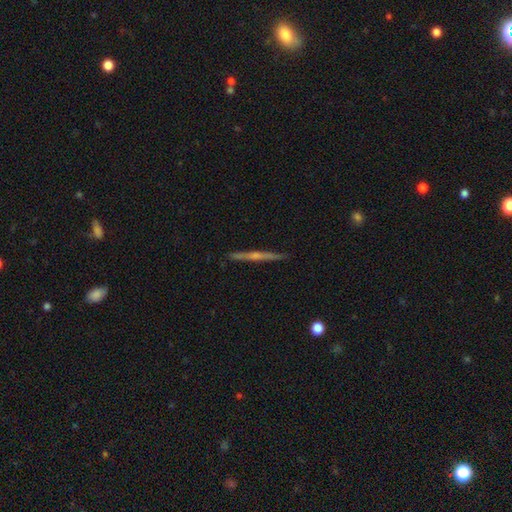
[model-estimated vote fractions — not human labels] smooth_or_featured: featured or disk (p=0.62) [alt: smooth p=0.25]
disk_edge_on: yes (p=0.94) [alt: no p=0.06]
edge_on_bulge: rounded (p=0.58) [alt: none p=0.32]
merging: none (p=0.87) [alt: minor disturbance p=0.08]